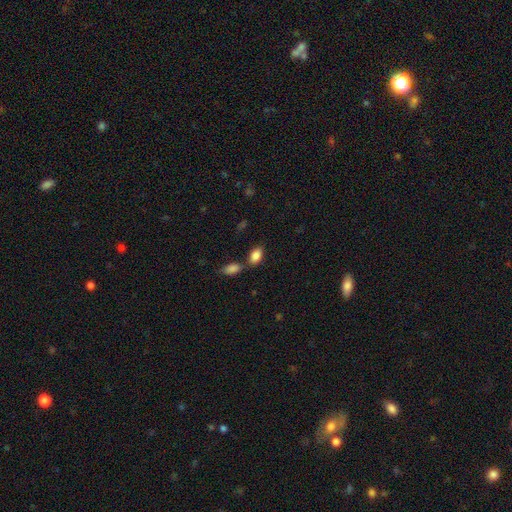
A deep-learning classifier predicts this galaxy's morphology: smooth-or-featured: smooth: 86% | star or artifact: 8% | featured or disk: 6%
  how-rounded: in between: 91% | round: 7% | cigar-shaped: 2%
  merging: none: 57% | merger: 26% | minor disturbance: 13% | major disturbance: 4%